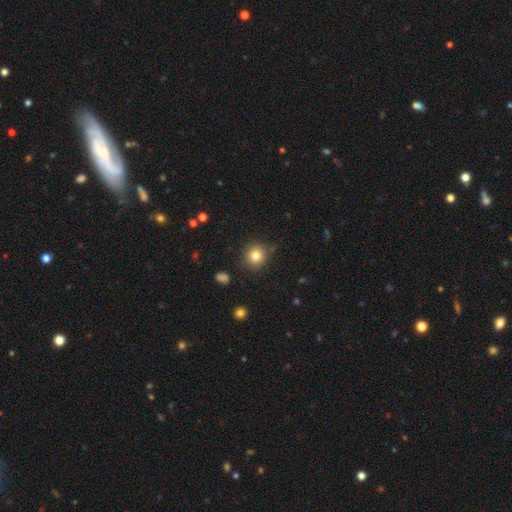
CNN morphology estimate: This is clearly a smooth galaxy (82%). How rounded: clearly round (89%). Merging: clearly none (85%).